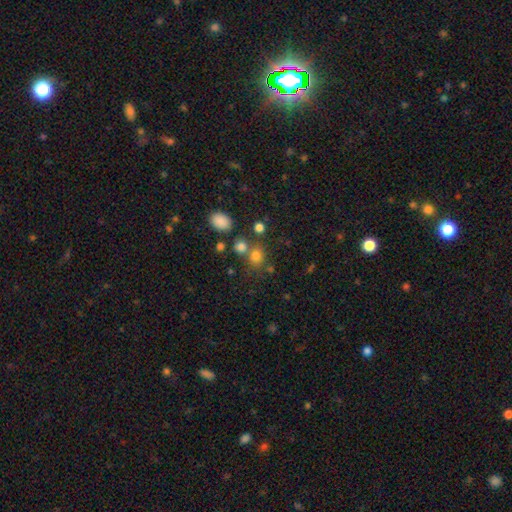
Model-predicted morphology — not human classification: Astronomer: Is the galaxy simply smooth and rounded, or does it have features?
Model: smooth — 76%.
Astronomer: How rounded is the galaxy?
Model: round — 70%.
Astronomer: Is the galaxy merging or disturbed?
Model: none — 63%.